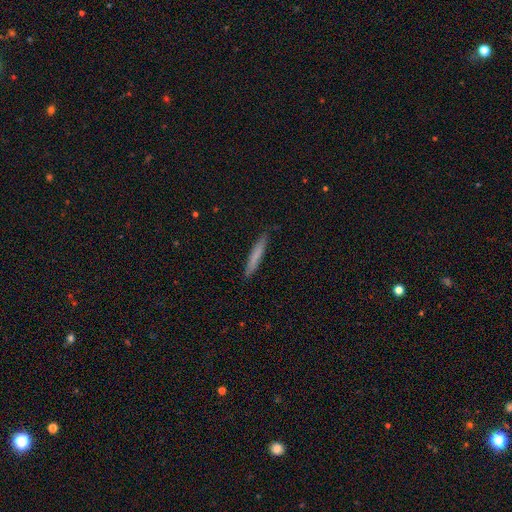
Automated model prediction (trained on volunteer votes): This appears to be a smooth galaxy with no disk features (74%) that is cigar-shaped (95%). Merging: none (90%).